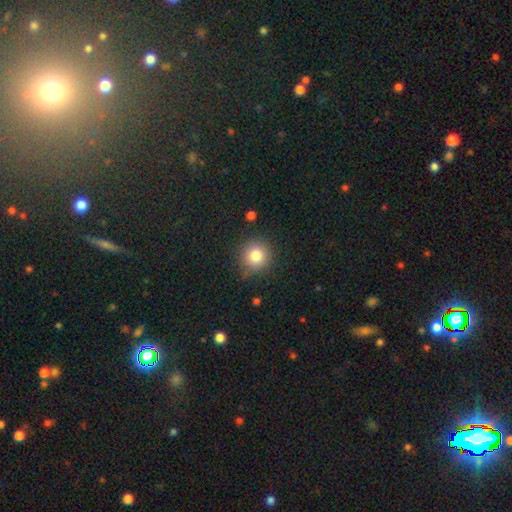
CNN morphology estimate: A smooth galaxy with no disk features (82%) that is round (92%). Merging: none (85%).